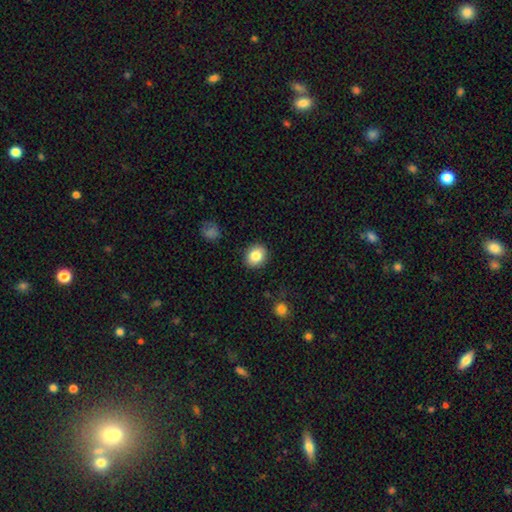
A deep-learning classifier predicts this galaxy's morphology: type=smooth (84%); roundness=round (65%); merging=none (88%).